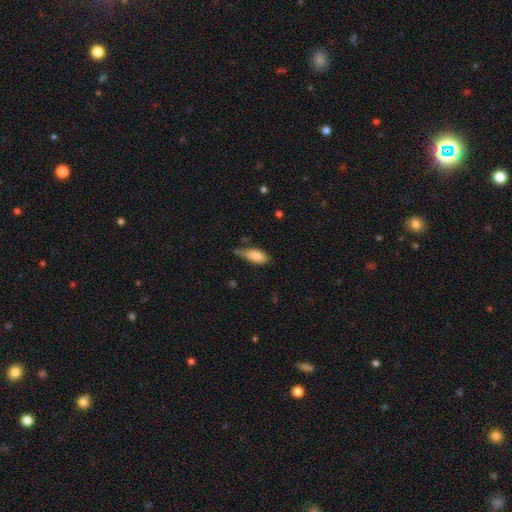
A smooth galaxy with no disk features (92%) that is in between round and cigar-shaped (85%). Merging: none (50%).